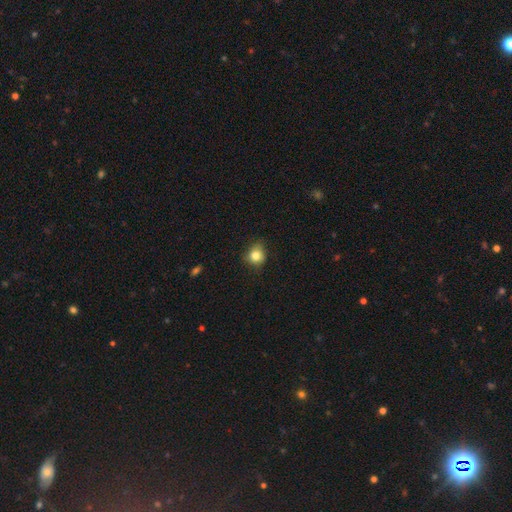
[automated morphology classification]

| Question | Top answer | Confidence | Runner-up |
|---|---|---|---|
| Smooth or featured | smooth | 83% | star or artifact (11%) |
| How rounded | round | 76% | in between (23%) |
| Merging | none | 71% | minor disturbance (23%) |